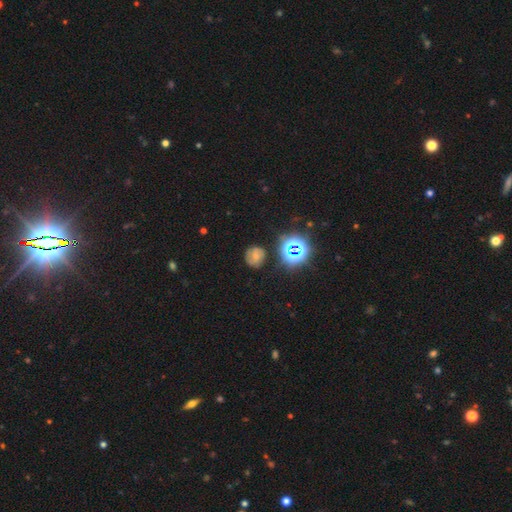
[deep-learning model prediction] This is possibly a smooth galaxy (52%). How rounded: likely round (79%). Merging: likely none (72%).